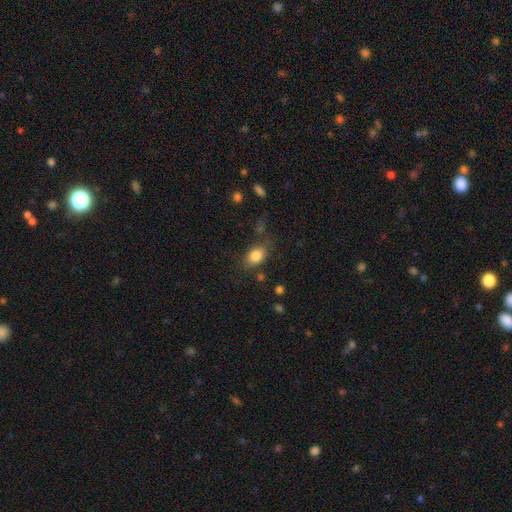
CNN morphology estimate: This appears to be a smooth galaxy with no disk features (83%) that is in between round and cigar-shaped (80%). Merging: none (74%).